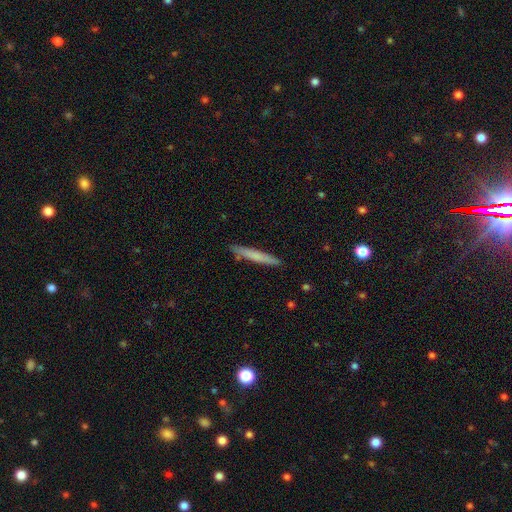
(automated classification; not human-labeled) Smooth or featured? smooth (68%)
How rounded? cigar-shaped (96%)
Merging? none (89%)